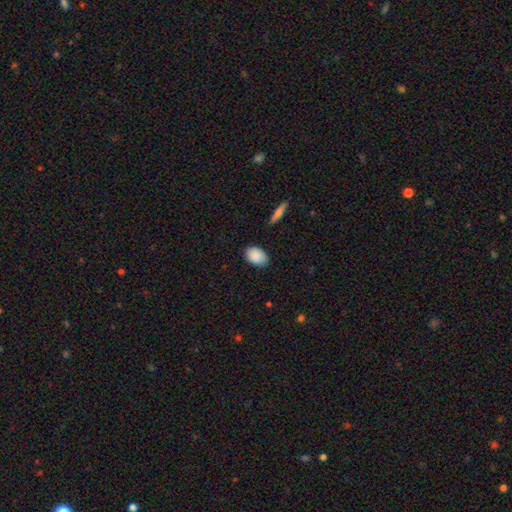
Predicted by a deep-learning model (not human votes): Smooth or featured? Predicted: smooth (p=0.89). How rounded? Predicted: in between (p=0.86). Merging? Predicted: none (p=0.83).